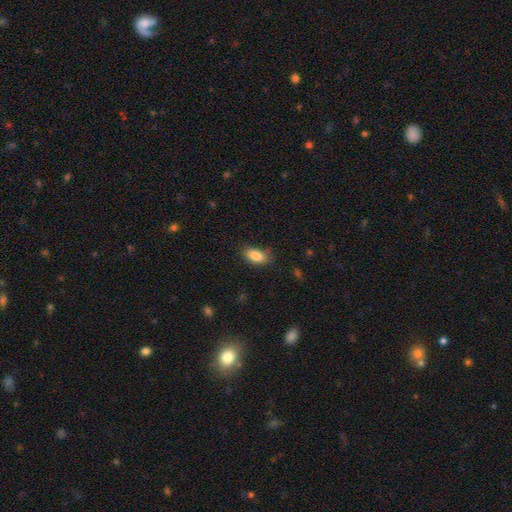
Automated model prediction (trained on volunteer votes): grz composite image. It shows a smooth galaxy with no disk features (86%) that is in between round and cigar-shaped (90%). Merging: none (82%).